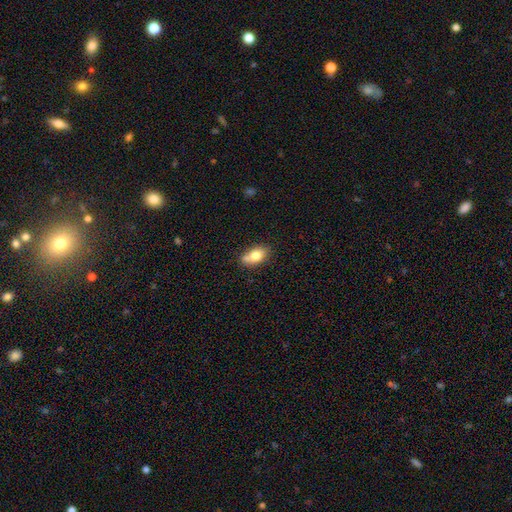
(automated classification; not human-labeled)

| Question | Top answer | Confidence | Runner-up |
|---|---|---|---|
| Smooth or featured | smooth | 76% | featured or disk (16%) |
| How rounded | in between | 84% | round (12%) |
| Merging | none | 54% | minor disturbance (21%) |